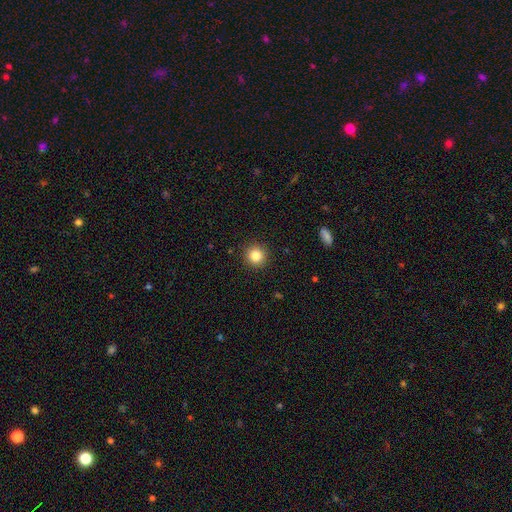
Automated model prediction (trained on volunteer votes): Overall: smooth (83%). How rounded: round (94%). Merging: none (92%).